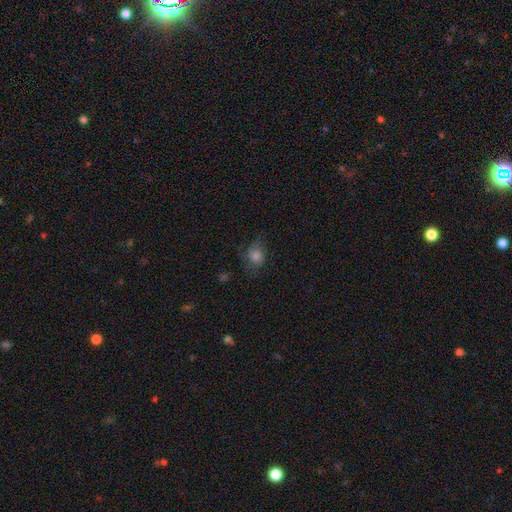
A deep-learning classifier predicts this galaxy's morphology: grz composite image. It shows a smooth galaxy with no disk features (67%) that is round (60%). Merging: none (63%).